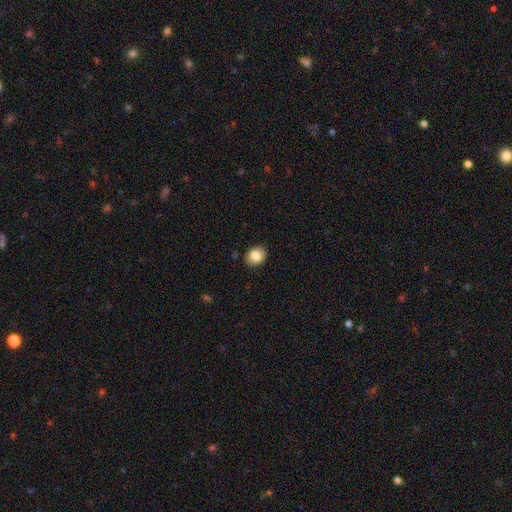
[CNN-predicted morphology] A smooth galaxy with no disk features (85%) that is in between round and cigar-shaped (50%). Merging: none (87%).